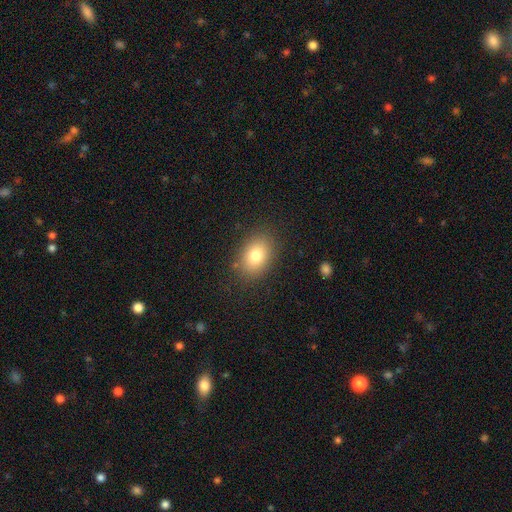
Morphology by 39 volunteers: Smooth or featured? smooth (82%)
How rounded? in between (72%)
Merging? none (82%)